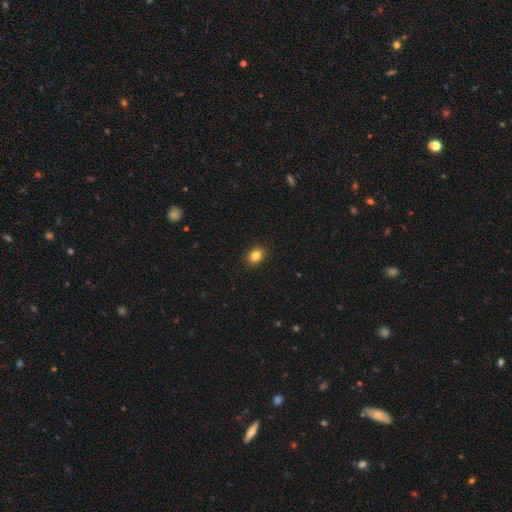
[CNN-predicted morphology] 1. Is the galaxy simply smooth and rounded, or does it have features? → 85% smooth, 10% star or artifact, 5% featured or disk.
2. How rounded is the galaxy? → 52% in between, 47% round, 1% cigar-shaped.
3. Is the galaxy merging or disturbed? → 91% none, 7% minor disturbance, 2% major disturbance, 1% merger.